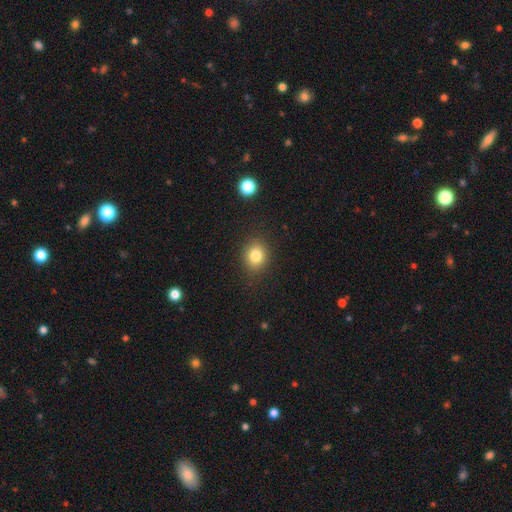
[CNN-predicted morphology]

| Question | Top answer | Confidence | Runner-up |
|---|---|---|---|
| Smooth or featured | smooth | 82% | star or artifact (11%) |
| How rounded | round | 63% | in between (36%) |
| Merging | none | 87% | minor disturbance (9%) |